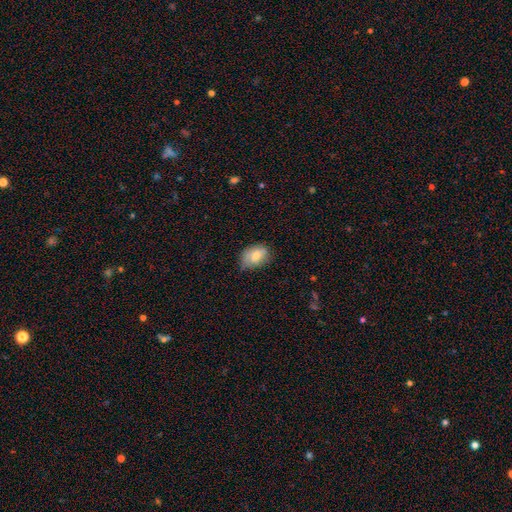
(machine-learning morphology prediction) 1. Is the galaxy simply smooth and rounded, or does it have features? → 72% smooth, 20% featured or disk, 8% star or artifact.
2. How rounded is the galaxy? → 81% in between, 18% round, 1% cigar-shaped.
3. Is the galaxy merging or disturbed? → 60% none, 32% minor disturbance, 6% major disturbance, 1% merger.